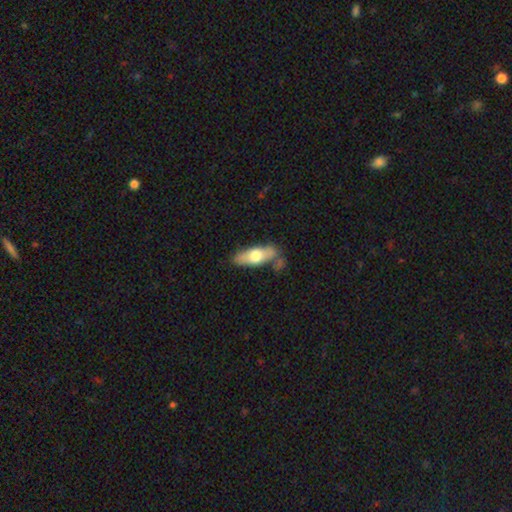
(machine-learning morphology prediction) This is possibly a smooth galaxy (57%). How rounded: possibly in between (59%). Merging: likely none (63%).